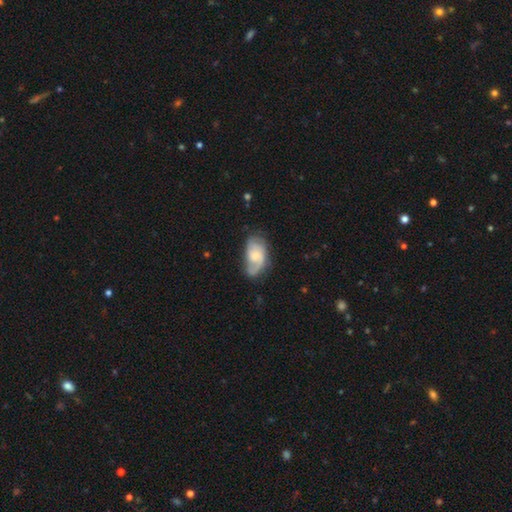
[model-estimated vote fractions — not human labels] featured or disk 63%, smooth 31%, star or artifact 6%. Down the decision tree: edge-on disk — no (95%); bar — no (66%); spiral arms — yes (89%); spiral arm count — 2 (52%); spiral winding — medium (43%); bulge size — small (49%); merging — none (59%).